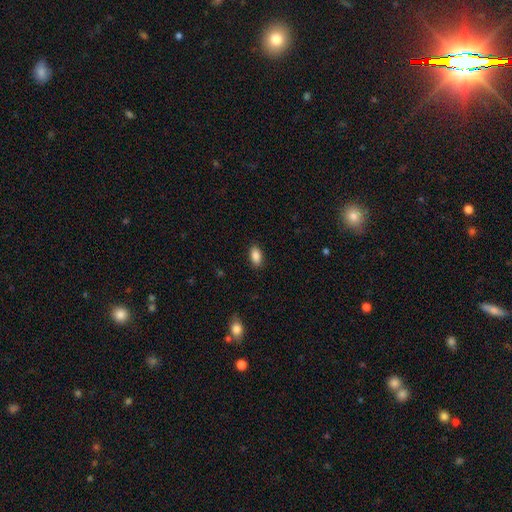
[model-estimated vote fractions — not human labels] The model was most divided on "merging": none: 88%, minor disturbance: 9%, major disturbance: 2%, merger: 1%. More confident: how rounded — in between (91%); smooth or featured — smooth (88%).